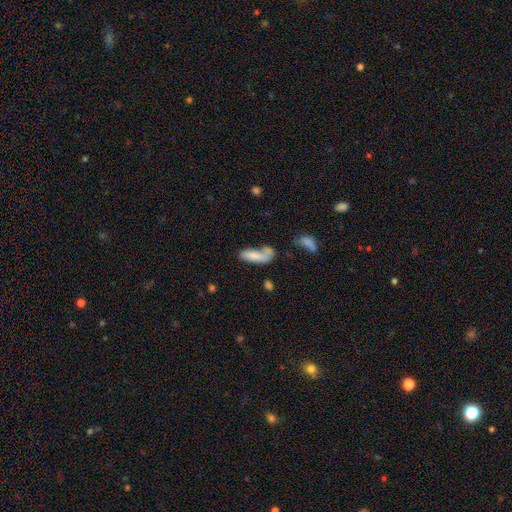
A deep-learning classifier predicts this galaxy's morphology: Q: Smooth or featured?
A: smooth (76%); runner-up: featured or disk (16%)
Q: How rounded?
A: in between (62%); runner-up: cigar-shaped (36%)
Q: Merging?
A: merger (36%); runner-up: none (32%)